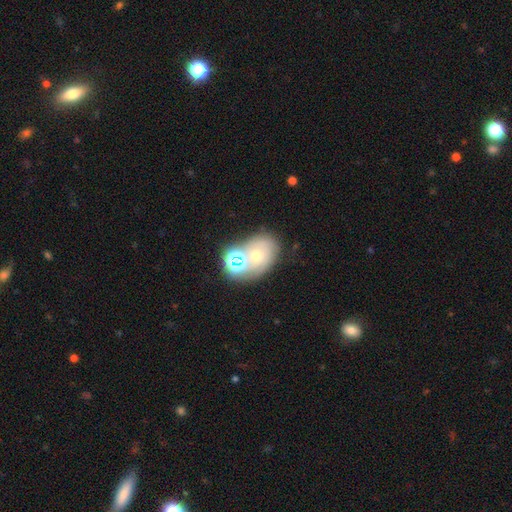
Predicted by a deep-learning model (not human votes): This appears to be a smooth galaxy with no disk features (41%). Merging: none (41%).